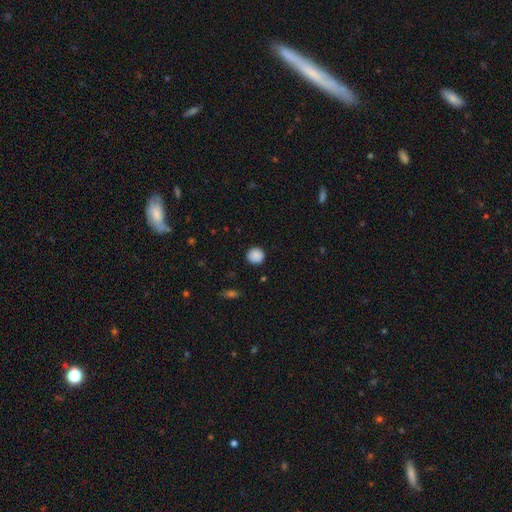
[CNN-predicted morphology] Smooth or featured: smooth — 88% (star or artifact — 9%)
How rounded: round — 90% (in between — 9%)
Merging: none — 89% (minor disturbance — 8%)